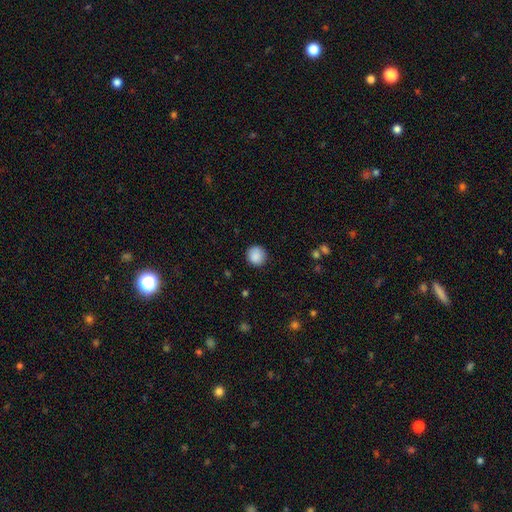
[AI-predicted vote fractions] This appears to be a smooth galaxy with no disk features (88%) that is round (90%). Merging: none (88%).